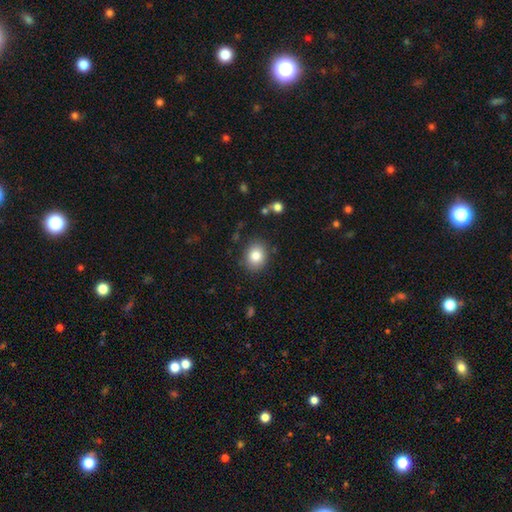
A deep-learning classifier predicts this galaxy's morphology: smooth_or_featured: smooth (p=0.83) [alt: star or artifact p=0.09]
how_rounded: round (p=0.57) [alt: in between p=0.42]
merging: none (p=0.85) [alt: minor disturbance p=0.10]